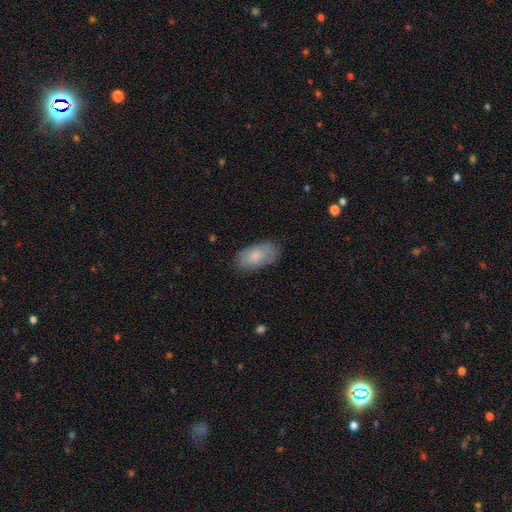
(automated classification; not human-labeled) smooth-or-featured: smooth: 77% | featured or disk: 16% | star or artifact: 6%
  how-rounded: in between: 93% | round: 4% | cigar-shaped: 3%
  merging: none: 77% | minor disturbance: 18% | major disturbance: 4% | merger: 1%